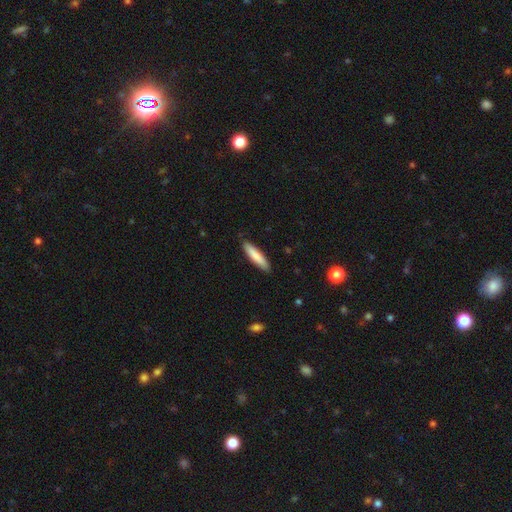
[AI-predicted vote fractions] The model was most divided on "how rounded": cigar-shaped: 81%, in between: 18%, round: 1%. More confident: merging — none (88%); smooth or featured — smooth (83%).